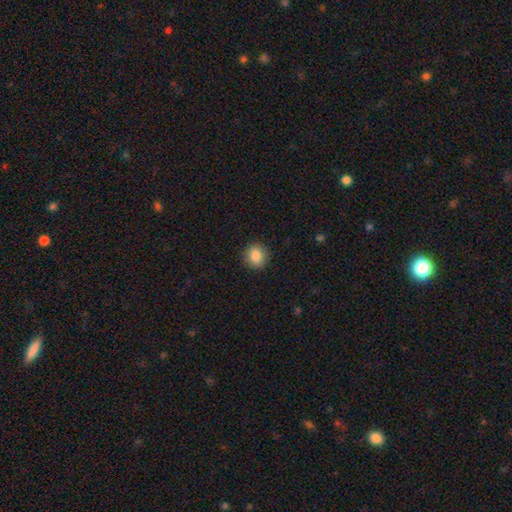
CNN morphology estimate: The model was most divided on "how rounded": round: 87%, in between: 12%, cigar-shaped: 1%. More confident: merging — none (90%); smooth or featured — smooth (86%).